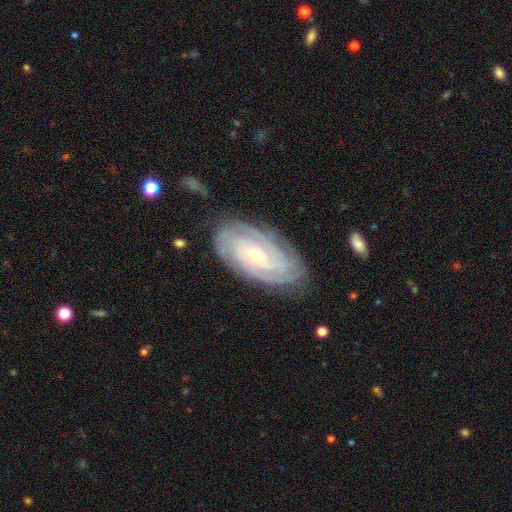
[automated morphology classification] Smooth or featured: featured or disk — 86% (smooth — 9%)
Edge-on disk: no — 94% (yes — 6%)
Bar: no — 65% (weak — 27%)
Spiral arms: yes — 96% (no — 4%)
Spiral winding: tight — 78% (medium — 18%)
Spiral arm count: can't tell — 34% (3 — 20%)
Bulge size: small — 53% (moderate — 44%)
Merging: none — 80% (minor disturbance — 15%)